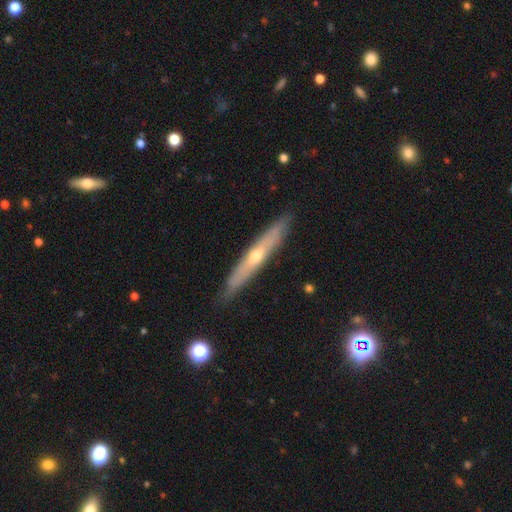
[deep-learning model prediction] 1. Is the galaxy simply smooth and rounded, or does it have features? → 65% featured or disk, 28% smooth, 7% star or artifact.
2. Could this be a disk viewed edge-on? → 91% yes, 9% no.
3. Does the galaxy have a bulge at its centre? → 79% rounded, 19% none, 2% boxy.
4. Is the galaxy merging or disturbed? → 88% none, 9% minor disturbance, 2% major disturbance, 1% merger.